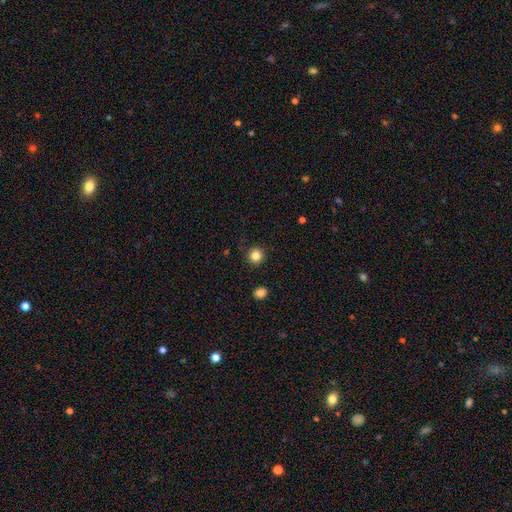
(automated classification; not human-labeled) Smooth or featured: smooth — 84% (star or artifact — 11%)
How rounded: round — 94% (in between — 5%)
Merging: none — 91% (minor disturbance — 6%)